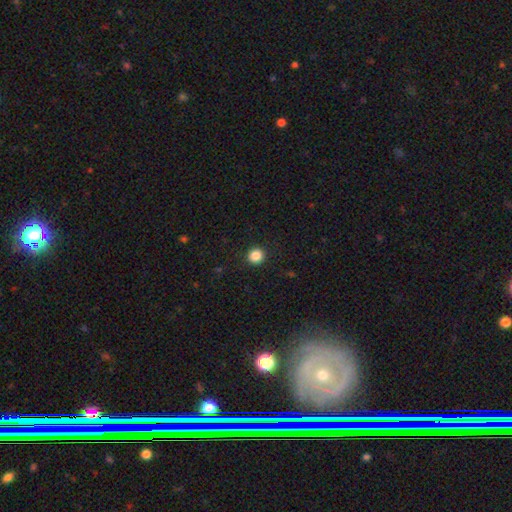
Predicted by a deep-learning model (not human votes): This appears to be a smooth galaxy with no disk features (86%) that is round (93%). Merging: none (92%).